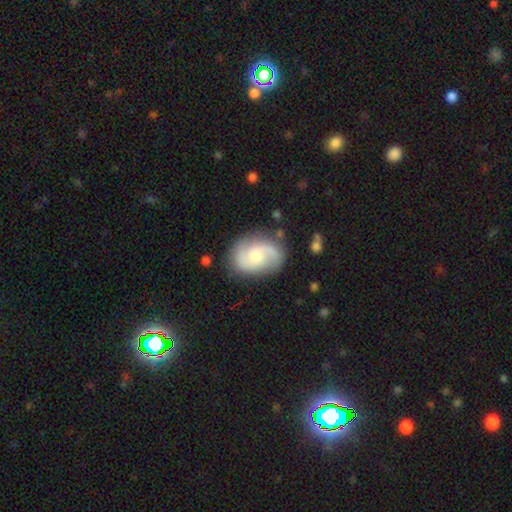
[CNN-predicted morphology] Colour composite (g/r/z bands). It shows a featured or disk galaxy (75%) with no bar (59%), 2 (86%) medium (47%) spiral arms (95%) and a moderate central bulge (51%). Merging: none (76%).